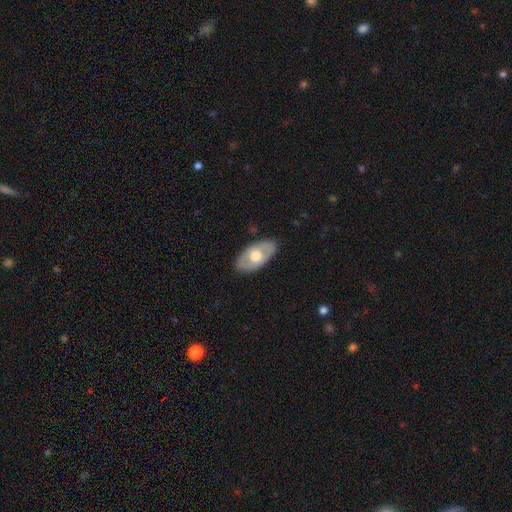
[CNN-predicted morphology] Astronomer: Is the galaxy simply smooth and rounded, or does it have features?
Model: smooth — 48% (runner-up: featured or disk, 47%).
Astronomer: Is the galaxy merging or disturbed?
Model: none — 84%.